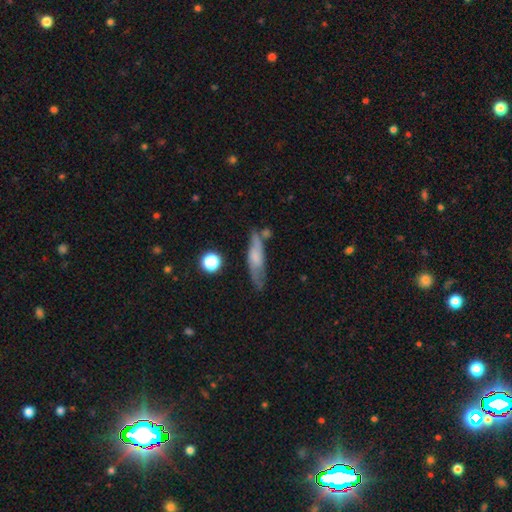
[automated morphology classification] A smooth galaxy with no disk features (51%) that is cigar-shaped (66%). Merging: none (59%).